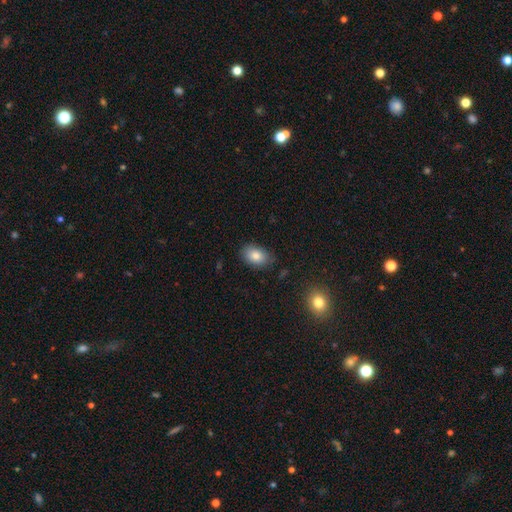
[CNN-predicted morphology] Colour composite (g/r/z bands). It shows a smooth galaxy with no disk features (82%) that is in between round and cigar-shaped (85%). Merging: none (83%).